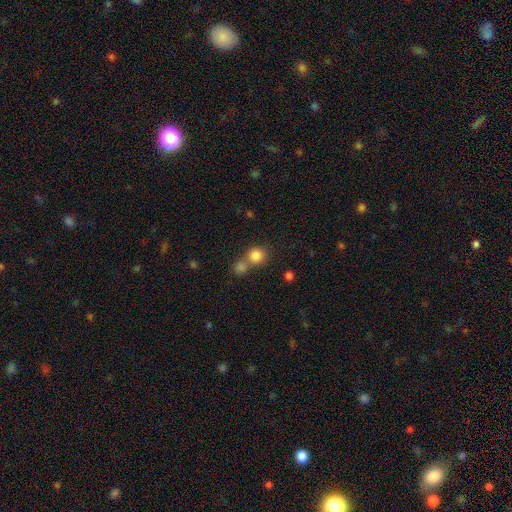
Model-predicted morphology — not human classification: smooth 82%, star or artifact 12%, featured or disk 6%. Down the decision tree: how rounded — round (88%); merging — none (53%).